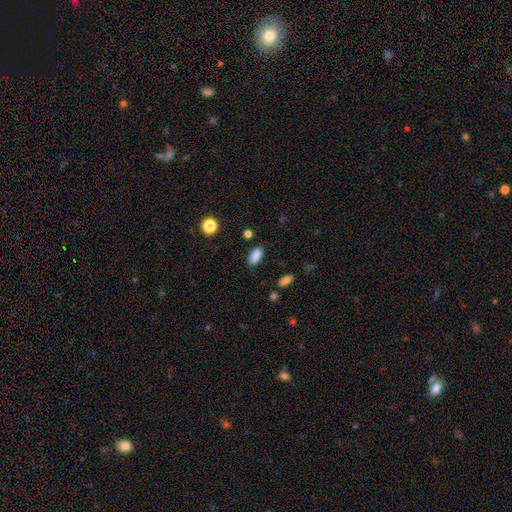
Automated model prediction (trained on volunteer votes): Morphology: type=smooth (87%); roundness=in between (88%); merging=none (85%).